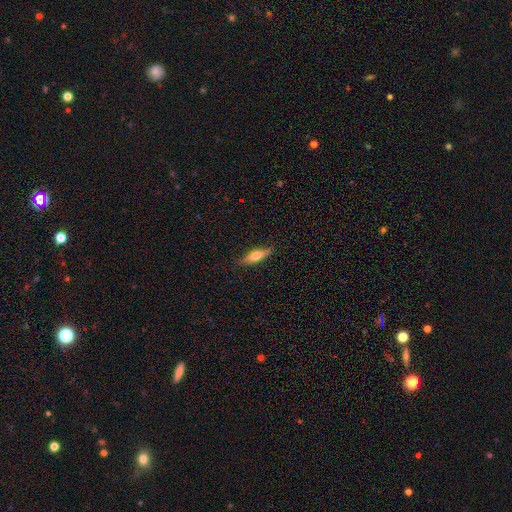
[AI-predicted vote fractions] smooth-or-featured: smooth: 54% | featured or disk: 39% | star or artifact: 7%
  how-rounded: cigar-shaped: 67% | in between: 31% | round: 2%
  merging: none: 87% | minor disturbance: 10% | major disturbance: 2% | merger: 1%